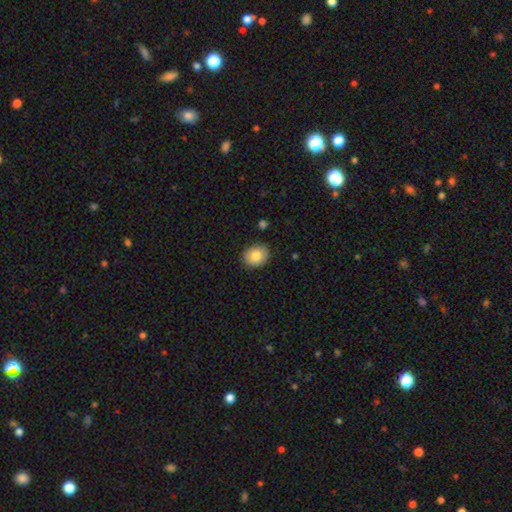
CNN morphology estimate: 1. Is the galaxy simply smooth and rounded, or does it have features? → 83% smooth, 9% featured or disk, 8% star or artifact.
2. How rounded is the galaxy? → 54% round, 46% in between, 1% cigar-shaped.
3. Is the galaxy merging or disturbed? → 87% none, 9% minor disturbance, 2% major disturbance, 1% merger.